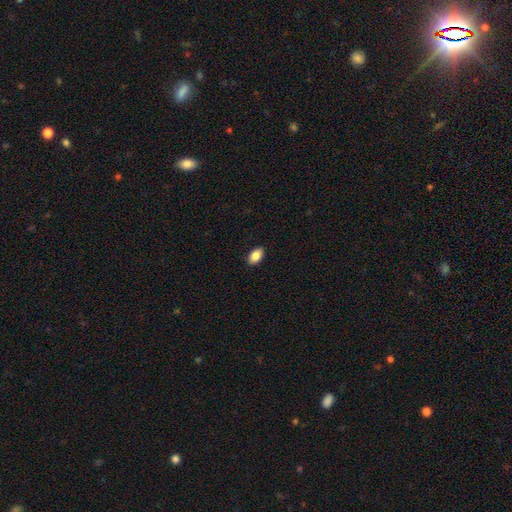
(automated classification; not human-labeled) Smooth or featured? Predicted: smooth (p=0.87). How rounded? Predicted: in between (p=0.92). Merging? Predicted: none (p=0.89).